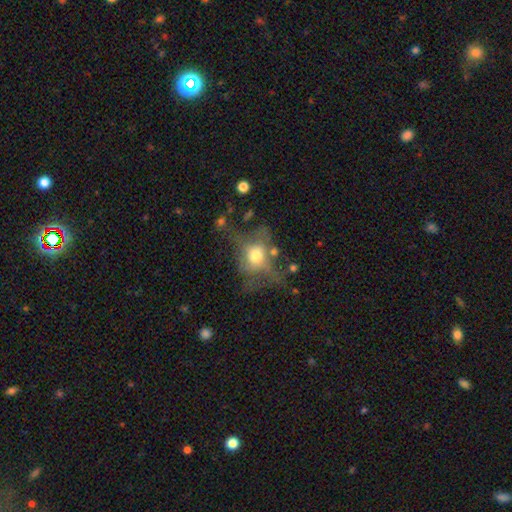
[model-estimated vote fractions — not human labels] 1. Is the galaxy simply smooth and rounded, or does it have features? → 49% smooth, 38% featured or disk, 13% star or artifact.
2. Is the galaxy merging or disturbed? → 40% major disturbance, 33% none, 20% minor disturbance, 7% merger.